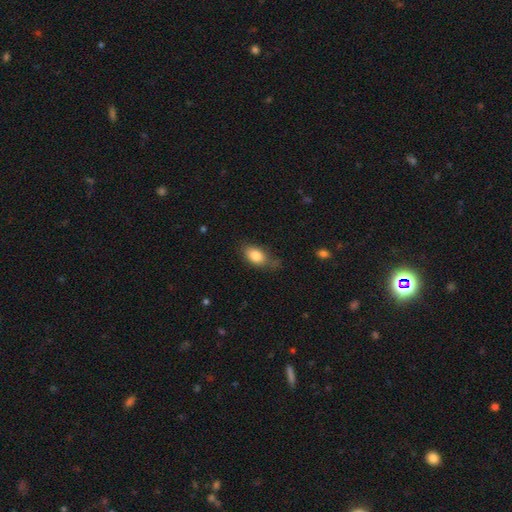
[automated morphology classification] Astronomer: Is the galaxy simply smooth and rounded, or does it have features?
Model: smooth — 83%.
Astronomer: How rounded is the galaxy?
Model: in between — 88%.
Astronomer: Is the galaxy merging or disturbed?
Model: none — 59%.